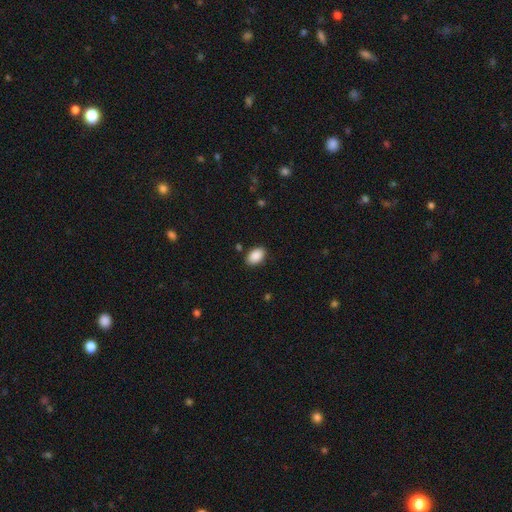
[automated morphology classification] A smooth galaxy with no disk features (90%) that is in between round and cigar-shaped (91%). Merging: none (87%).